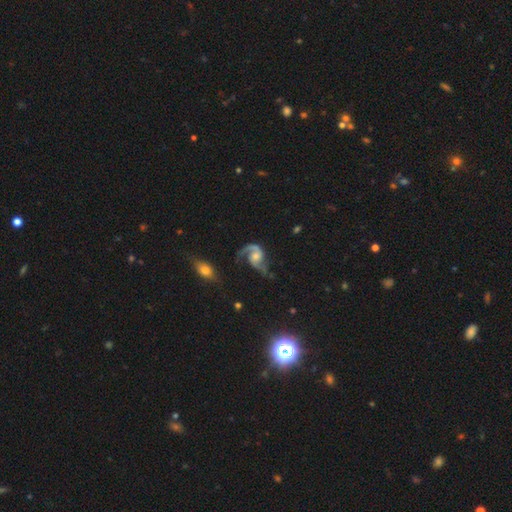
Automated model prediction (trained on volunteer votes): This appears to be a featured or disk galaxy (88%) with no bar (62%), 2 (78%) loose (45%) spiral arms (97%) and a moderate central bulge (43%). Merging: none (51%).